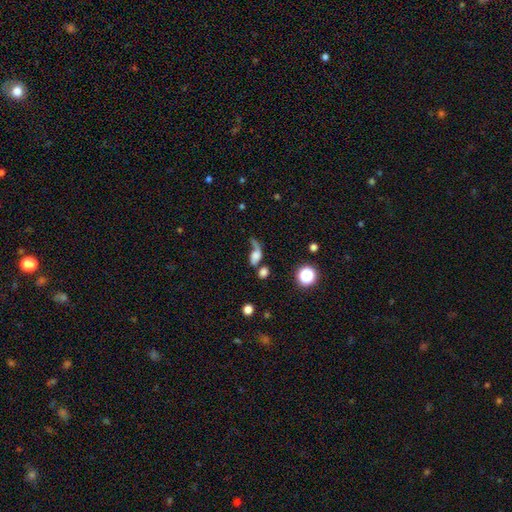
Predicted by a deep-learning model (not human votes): smooth_or_featured: smooth (p=0.48) [alt: featured or disk p=0.38]
merging: major disturbance (p=0.38) [alt: none p=0.23]